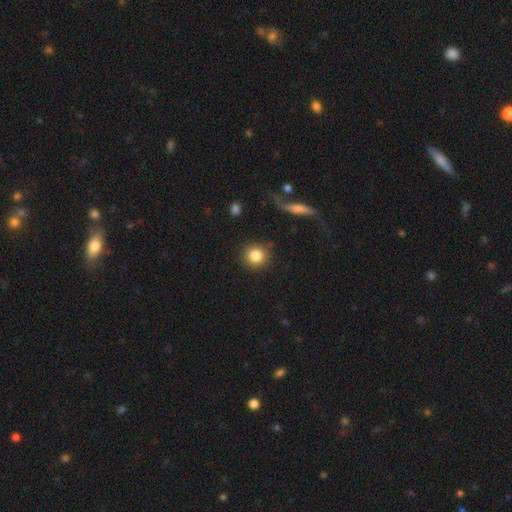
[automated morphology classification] This appears to be a smooth galaxy with no disk features (85%) that is round (91%). Merging: none (86%).